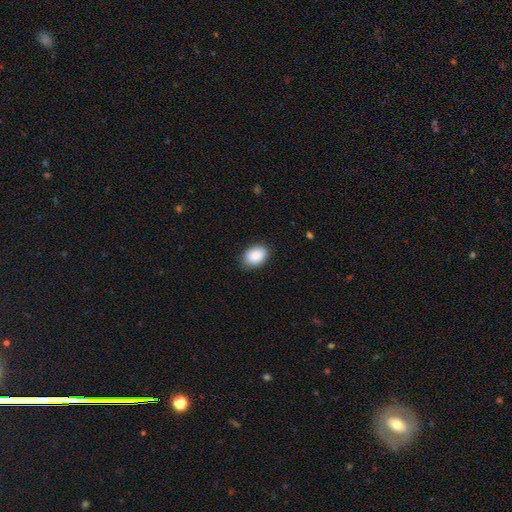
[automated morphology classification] A smooth galaxy with no disk features (90%) that is in between round and cigar-shaped (81%). Merging: none (84%).